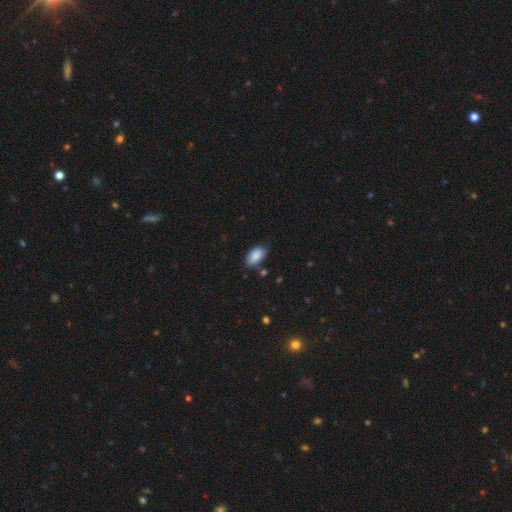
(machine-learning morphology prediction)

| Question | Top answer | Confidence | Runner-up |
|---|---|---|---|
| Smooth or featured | smooth | 88% | star or artifact (7%) |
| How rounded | in between | 94% | round (4%) |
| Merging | none | 72% | minor disturbance (21%) |